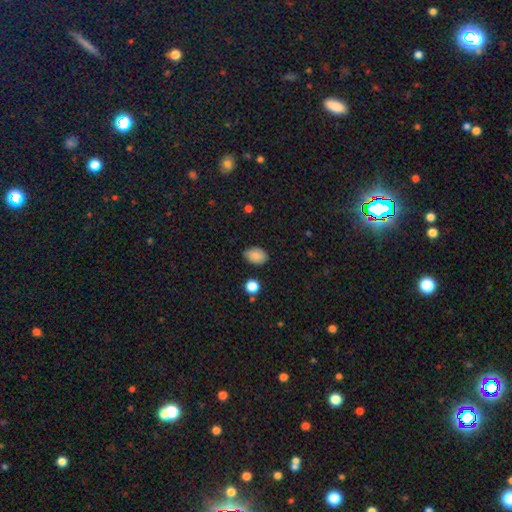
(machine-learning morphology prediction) This appears to be a smooth galaxy with no disk features (84%) that is in between round and cigar-shaped (77%). Merging: none (75%).